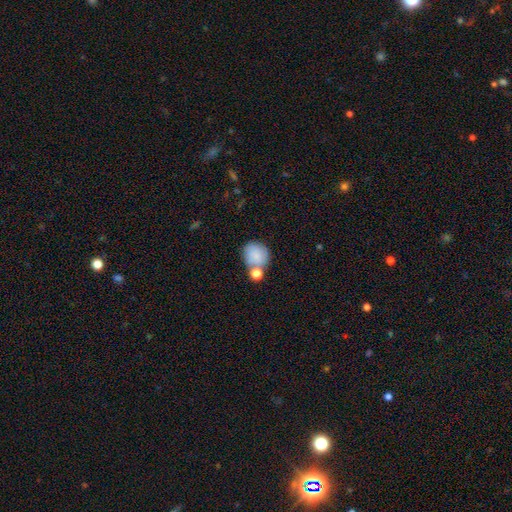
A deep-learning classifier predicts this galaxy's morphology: This is clearly a smooth galaxy (81%). How rounded: likely round (75%). Merging: possibly none (51%).